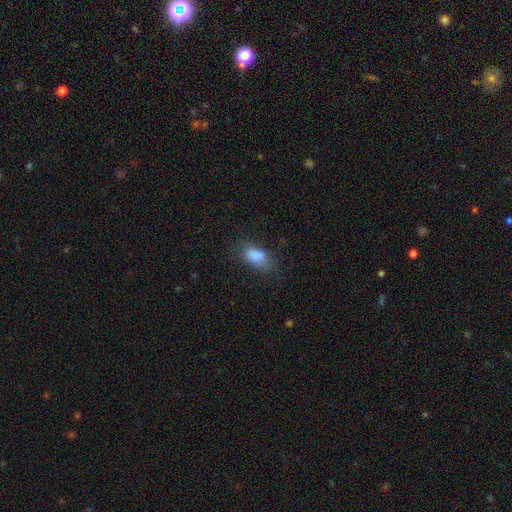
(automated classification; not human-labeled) smooth_or_featured: smooth (p=0.81) [alt: star or artifact p=0.10]
how_rounded: in between (p=0.88) [alt: round p=0.08]
merging: none (p=0.57) [alt: minor disturbance p=0.26]